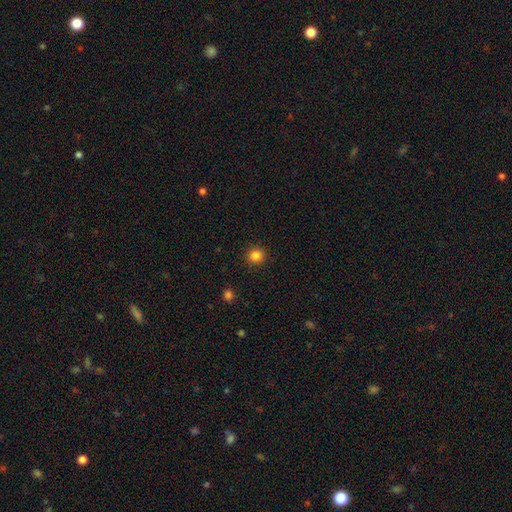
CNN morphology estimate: smooth 84%, star or artifact 12%, featured or disk 4%. Down the decision tree: how rounded — round (90%); merging — none (91%).